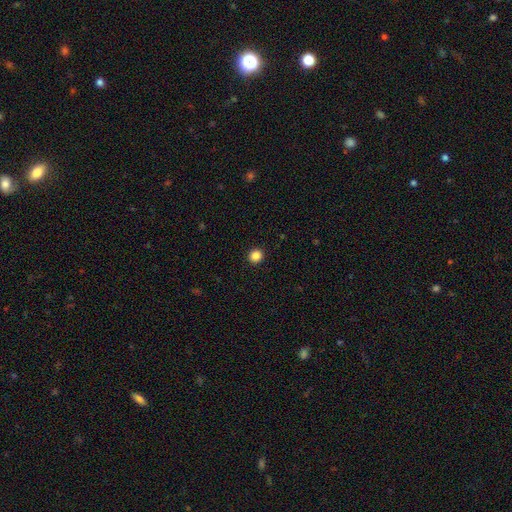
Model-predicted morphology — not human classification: Smooth or featured? Predicted: smooth (p=0.86). How rounded? Predicted: round (p=0.92). Merging? Predicted: none (p=0.93).